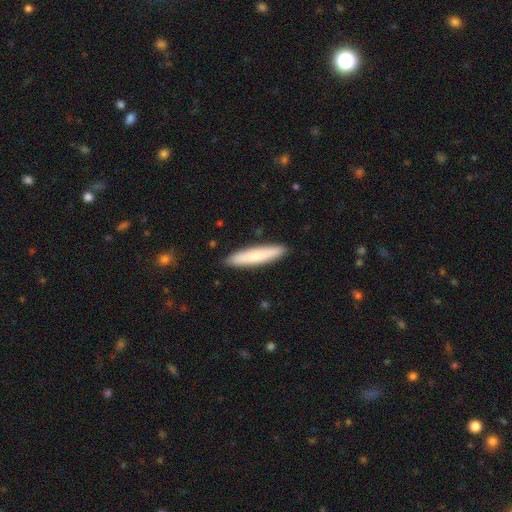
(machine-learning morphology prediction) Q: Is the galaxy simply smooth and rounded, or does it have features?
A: smooth — 78%.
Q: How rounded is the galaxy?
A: cigar-shaped — 88%.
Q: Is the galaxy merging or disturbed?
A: none — 90%.